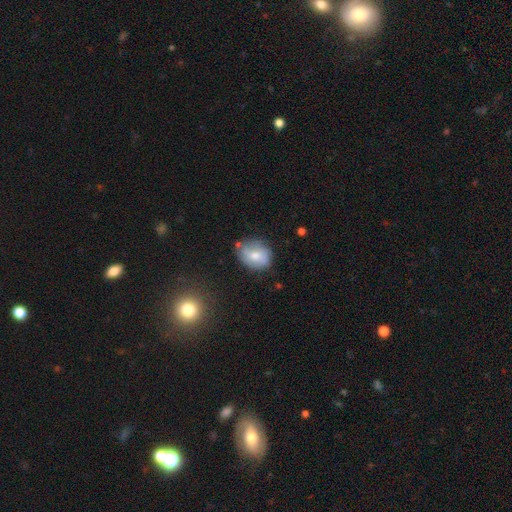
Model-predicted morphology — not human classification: smooth_or_featured: smooth (p=0.67) [alt: featured or disk p=0.25]
how_rounded: in between (p=0.56) [alt: round p=0.43]
merging: none (p=0.64) [alt: minor disturbance p=0.25]